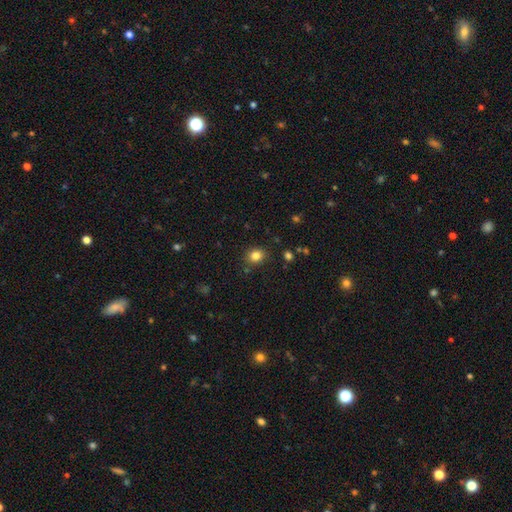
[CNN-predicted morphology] Smooth or featured? Predicted: smooth (p=0.82). How rounded? Predicted: round (p=0.70). Merging? Predicted: none (p=0.85).